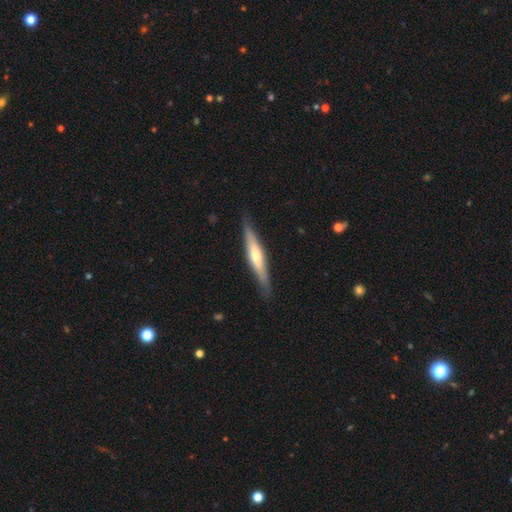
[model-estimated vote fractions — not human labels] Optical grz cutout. It shows a featured or disk galaxy (49%). Merging: none (86%).